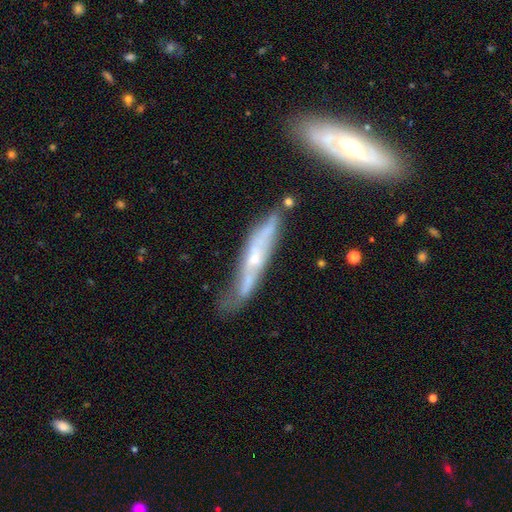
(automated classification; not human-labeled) Smooth or featured? Predicted: featured or disk (p=0.67). Edge-on disk? Predicted: yes (p=0.64). Merging? Predicted: none (p=0.51).